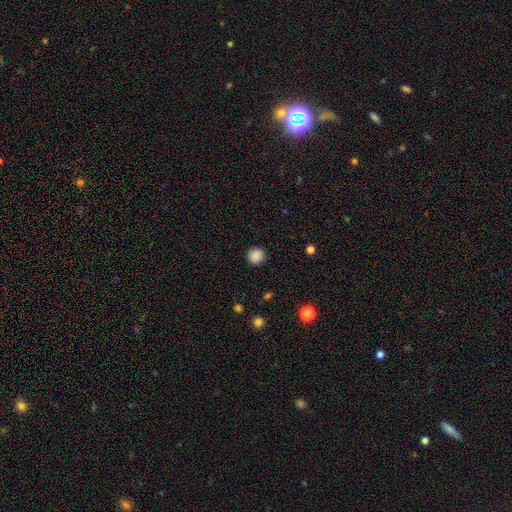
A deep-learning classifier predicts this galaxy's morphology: Smooth or featured: smooth — 87% (star or artifact — 10%)
How rounded: round — 90% (in between — 9%)
Merging: none — 88% (minor disturbance — 8%)